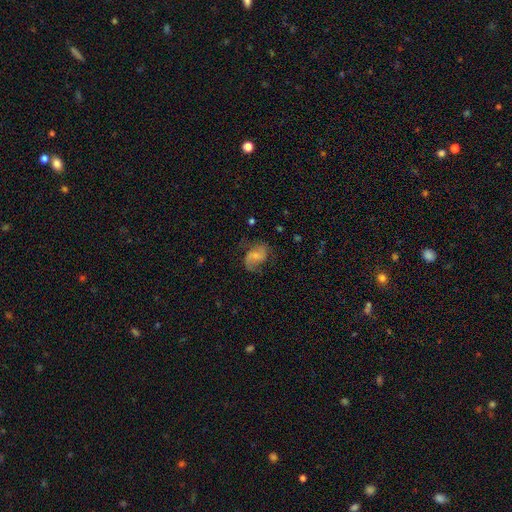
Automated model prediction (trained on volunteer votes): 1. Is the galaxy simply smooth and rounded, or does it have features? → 69% featured or disk, 23% smooth, 8% star or artifact.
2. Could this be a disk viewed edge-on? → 98% no, 2% yes.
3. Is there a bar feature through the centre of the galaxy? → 52% no, 39% weak, 9% strong.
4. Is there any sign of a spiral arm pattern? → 92% yes, 8% no.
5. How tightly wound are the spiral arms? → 45% loose, 42% medium, 13% tight.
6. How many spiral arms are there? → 85% 2, 6% 1, 6% can't tell, 1% 3, 1% 4, 1% more than 4.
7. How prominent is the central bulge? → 56% small, 26% moderate, 14% none, 3% large, 1% dominant.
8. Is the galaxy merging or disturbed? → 63% none, 21% minor disturbance, 14% major disturbance, 2% merger.